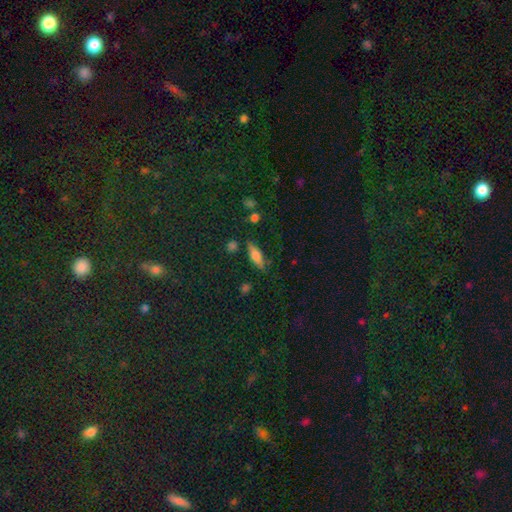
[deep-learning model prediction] smooth 57%, featured or disk 34%, star or artifact 8%. Down the decision tree: how rounded — in between (49%); merging — none (80%).